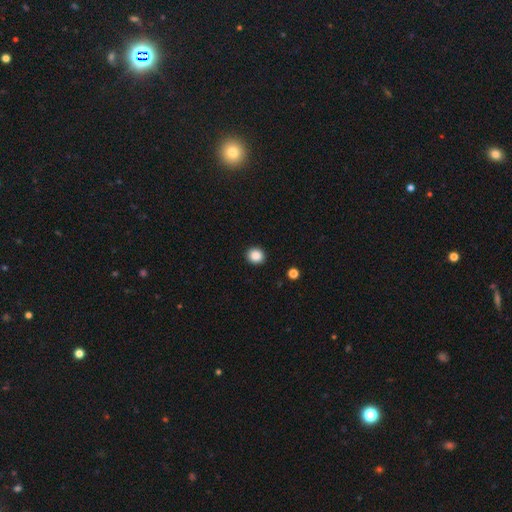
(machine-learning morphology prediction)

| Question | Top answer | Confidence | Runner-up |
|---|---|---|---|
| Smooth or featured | smooth | 87% | star or artifact (10%) |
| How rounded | round | 84% | in between (16%) |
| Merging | none | 92% | minor disturbance (5%) |